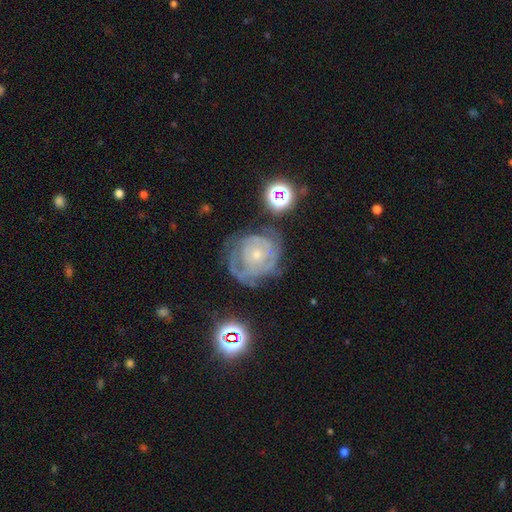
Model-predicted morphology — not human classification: smooth-or-featured: featured or disk: 78% | smooth: 12% | star or artifact: 9%
  disk-edge-on: no: 98% | yes: 2%
    bar: no: 81% | weak: 15% | strong: 3%
    has-spiral-arms: yes: 85% | no: 15%
      spiral-winding: tight: 70% | medium: 24% | loose: 6%
      spiral-arm-count: can't tell: 45% | 3: 19% | 2: 17% | 4: 8% | 1: 6% | more than 4: 5%
    bulge-size: small: 69% | moderate: 26% | none: 2% | large: 2% | dominant: 1%
  merging: none: 55% | minor disturbance: 24% | major disturbance: 17% | merger: 4%